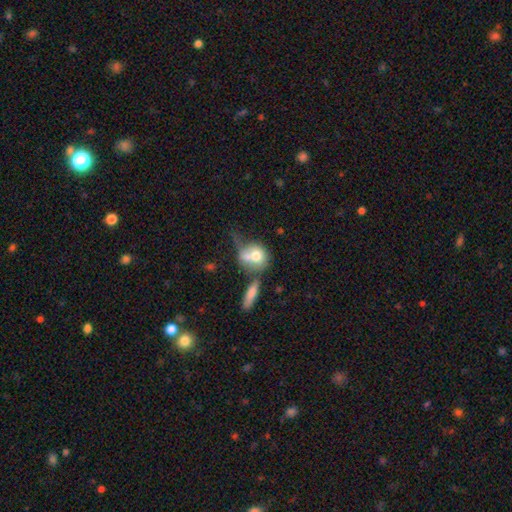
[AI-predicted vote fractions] smooth_or_featured: smooth (p=0.70) [alt: featured or disk p=0.22]
how_rounded: round (p=0.66) [alt: in between p=0.31]
merging: merger (p=0.49) [alt: none p=0.26]